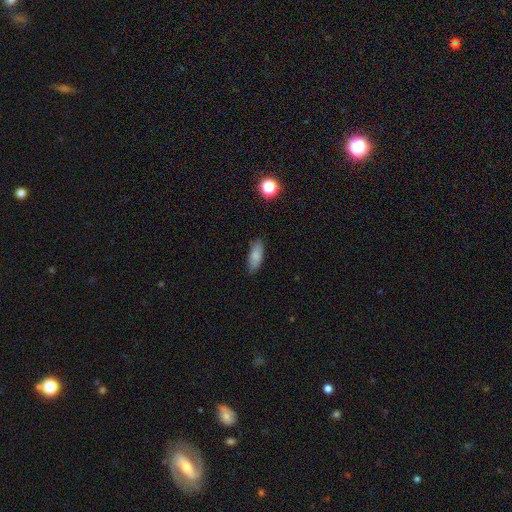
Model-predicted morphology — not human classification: Overall: smooth (83%). How rounded: in between (73%). Merging: none (83%).